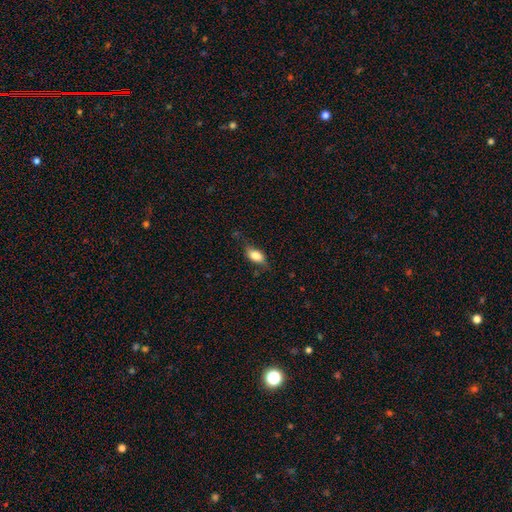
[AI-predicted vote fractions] The model was most divided on "merging": none: 65%, minor disturbance: 25%, major disturbance: 8%, merger: 2%. More confident: how rounded — in between (86%); smooth or featured — smooth (77%).